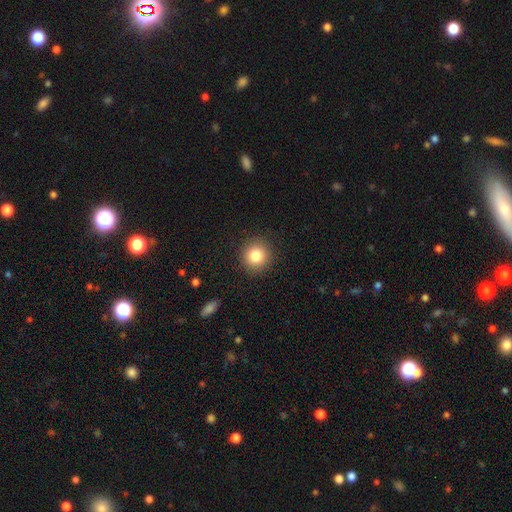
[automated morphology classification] Q: Smooth or featured?
A: smooth (83%); runner-up: star or artifact (10%)
Q: How rounded?
A: round (91%); runner-up: in between (8%)
Q: Merging?
A: none (90%); runner-up: minor disturbance (6%)